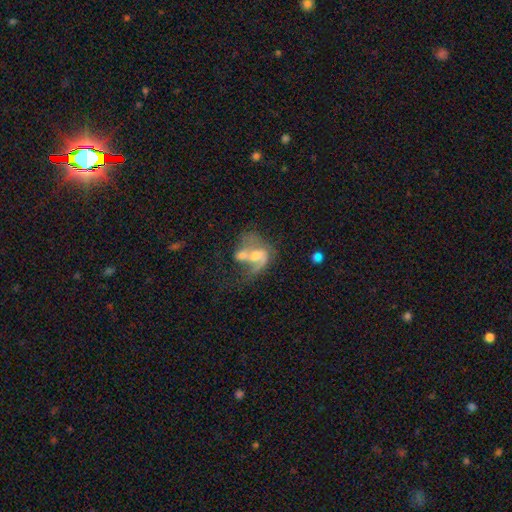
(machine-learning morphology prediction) This appears to be a featured or disk galaxy (64%) with no bar (53%), spiral arms (72%) and a moderate central bulge (58%). Merging: merger (52%).